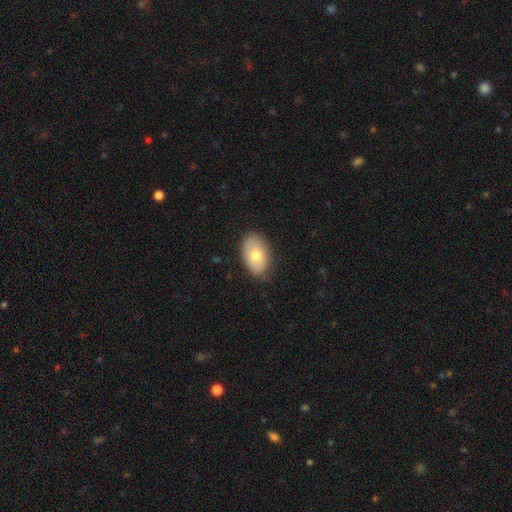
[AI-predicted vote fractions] Smooth or featured?
  - smooth: 72% *
  - featured or disk: 21%
  - star or artifact: 7%
How rounded?
  - in between: 90% *
  - round: 9%
  - cigar-shaped: 1%
Merging?
  - none: 80% *
  - minor disturbance: 16%
  - major disturbance: 3%
  - merger: 1%